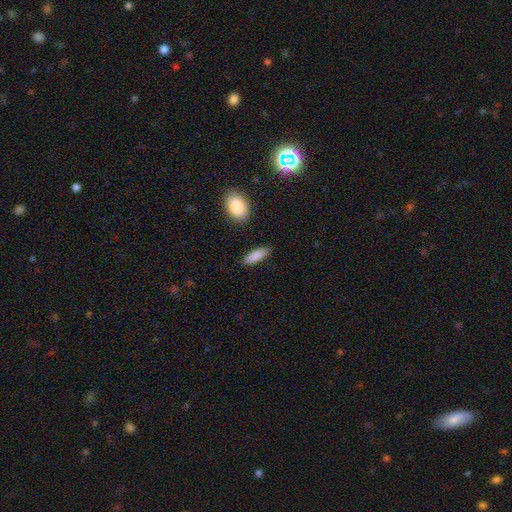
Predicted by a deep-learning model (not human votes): Smooth or featured? smooth (87%)
How rounded? in between (63%)
Merging? none (85%)